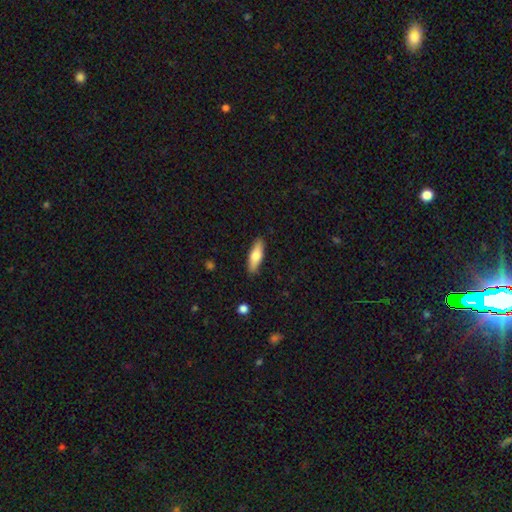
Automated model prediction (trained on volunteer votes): smooth_or_featured: smooth (p=0.71) [alt: featured or disk p=0.24]
how_rounded: in between (p=0.49) [alt: cigar-shaped p=0.48]
merging: none (p=0.88) [alt: minor disturbance p=0.09]